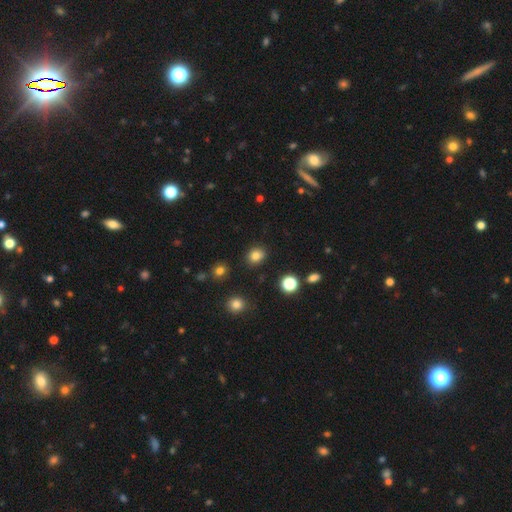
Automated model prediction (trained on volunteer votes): Smooth or featured: smooth — 81% (star or artifact — 13%)
How rounded: round — 65% (in between — 34%)
Merging: none — 86% (minor disturbance — 9%)